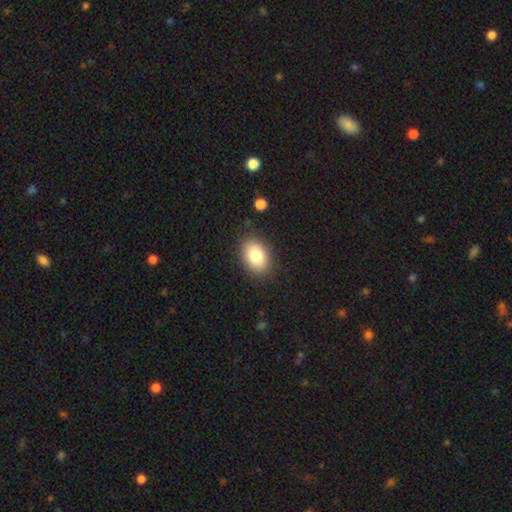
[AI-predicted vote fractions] A smooth galaxy with no disk features (83%) that is in between round and cigar-shaped (82%).

Vote fractions:
- Smooth or featured? smooth: 83% / featured or disk: 9% / star or artifact: 8%
- How rounded? in between: 82% / round: 16% / cigar-shaped: 1%
- Merging? none: 86% / minor disturbance: 10% / major disturbance: 3% / merger: 1%